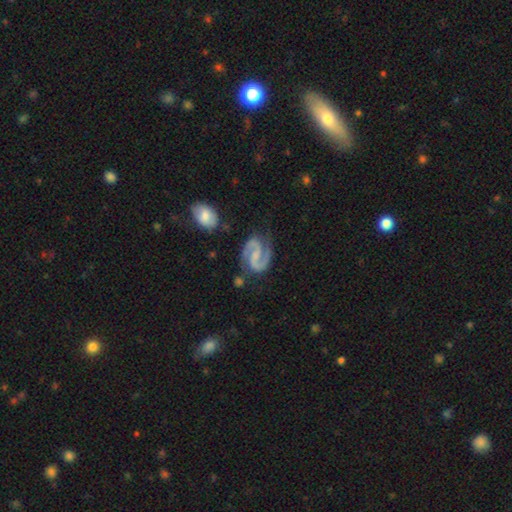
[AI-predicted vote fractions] Q: Smooth or featured?
A: featured or disk (92%); runner-up: star or artifact (4%)
Q: Edge-on disk?
A: no (98%); runner-up: yes (2%)
Q: Bar?
A: weak (45%); runner-up: no (31%)
Q: Spiral arms?
A: yes (98%); runner-up: no (2%)
Q: Spiral winding?
A: medium (62%); runner-up: tight (22%)
Q: Spiral arm count?
A: 2 (94%); runner-up: can't tell (2%)
Q: Bulge size?
A: small (46%); runner-up: none (30%)
Q: Merging?
A: none (76%); runner-up: minor disturbance (15%)